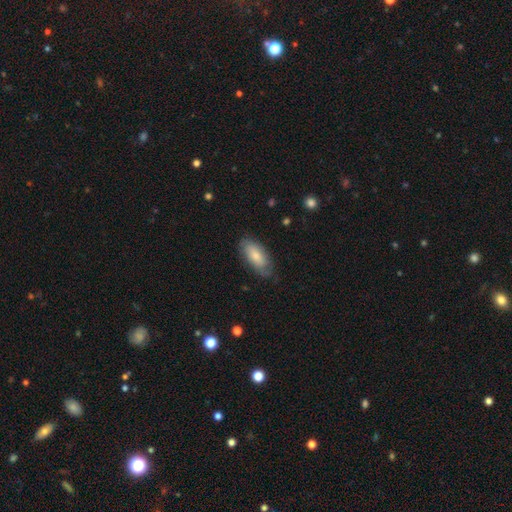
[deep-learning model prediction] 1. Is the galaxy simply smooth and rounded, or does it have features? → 73% smooth, 22% featured or disk, 6% star or artifact.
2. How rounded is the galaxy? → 85% in between, 13% cigar-shaped, 2% round.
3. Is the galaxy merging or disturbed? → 74% none, 20% minor disturbance, 5% major disturbance, 1% merger.